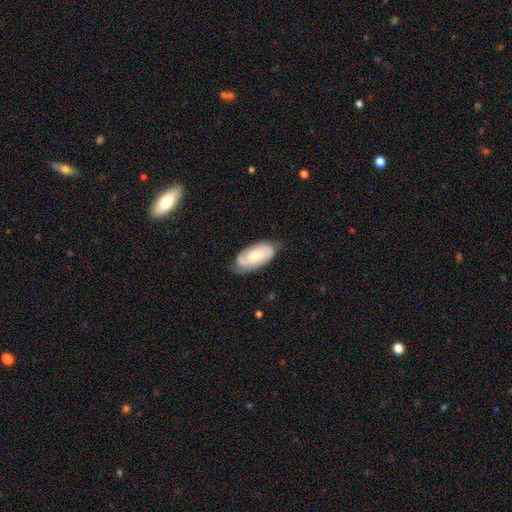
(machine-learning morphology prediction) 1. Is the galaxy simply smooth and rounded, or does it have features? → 60% featured or disk, 34% smooth, 6% star or artifact.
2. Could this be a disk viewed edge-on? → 94% no, 6% yes.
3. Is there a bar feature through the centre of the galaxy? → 64% no, 29% weak, 7% strong.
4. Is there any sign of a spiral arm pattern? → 90% yes, 10% no.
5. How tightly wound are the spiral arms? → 46% tight, 39% medium, 15% loose.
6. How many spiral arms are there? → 75% 2, 16% can't tell, 4% 1, 3% 3, 1% 4, 1% more than 4.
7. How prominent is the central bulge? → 49% moderate, 39% small, 7% large, 4% none, 2% dominant.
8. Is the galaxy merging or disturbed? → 73% none, 21% minor disturbance, 5% major disturbance, 1% merger.